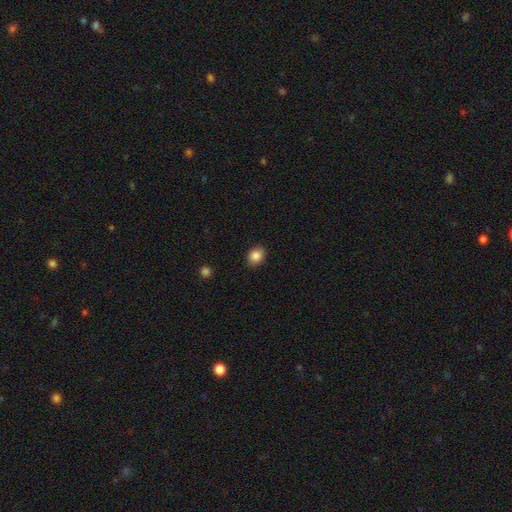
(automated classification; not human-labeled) Smooth or featured?
  - smooth: 87% *
  - star or artifact: 9%
  - featured or disk: 4%
How rounded?
  - in between: 51% *
  - round: 48%
  - cigar-shaped: 1%
Merging?
  - none: 89% *
  - minor disturbance: 8%
  - major disturbance: 2%
  - merger: 1%